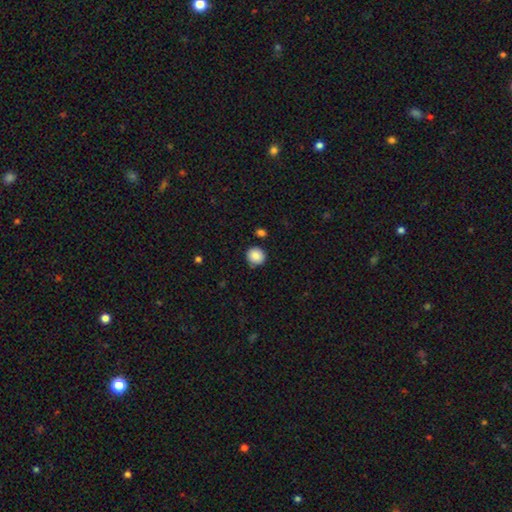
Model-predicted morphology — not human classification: Smooth or featured?
  - smooth: 88% *
  - star or artifact: 8%
  - featured or disk: 4%
How rounded?
  - round: 91% *
  - in between: 9%
  - cigar-shaped: 1%
Merging?
  - none: 86% *
  - minor disturbance: 9%
  - merger: 3%
  - major disturbance: 2%